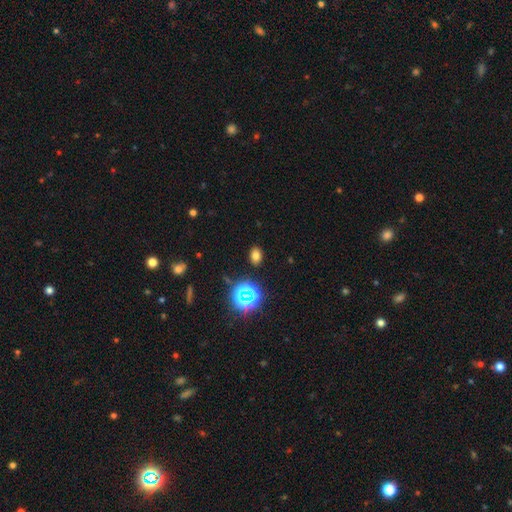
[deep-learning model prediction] Q: Smooth or featured?
A: smooth (70%); runner-up: star or artifact (23%)
Q: How rounded?
A: in between (73%); runner-up: round (26%)
Q: Merging?
A: none (87%); runner-up: minor disturbance (8%)